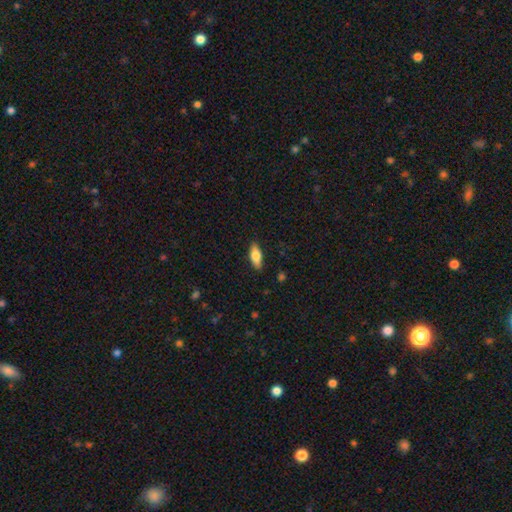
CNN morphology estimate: A smooth galaxy with no disk features (72%) that is in between round and cigar-shaped (73%). Merging: none (88%).